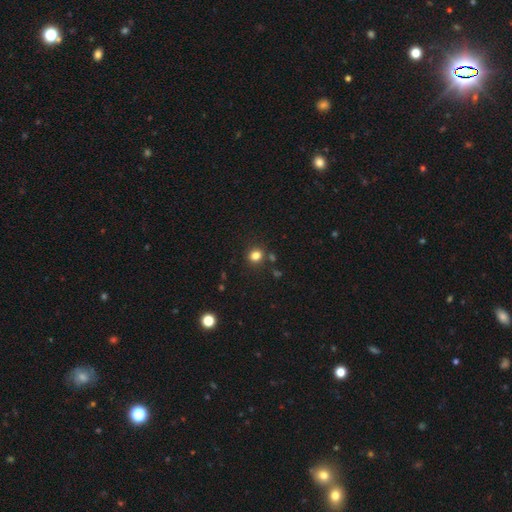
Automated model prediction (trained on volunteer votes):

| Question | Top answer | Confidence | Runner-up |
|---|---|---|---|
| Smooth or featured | smooth | 82% | star or artifact (14%) |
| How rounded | round | 77% | in between (22%) |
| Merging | none | 83% | minor disturbance (9%) |